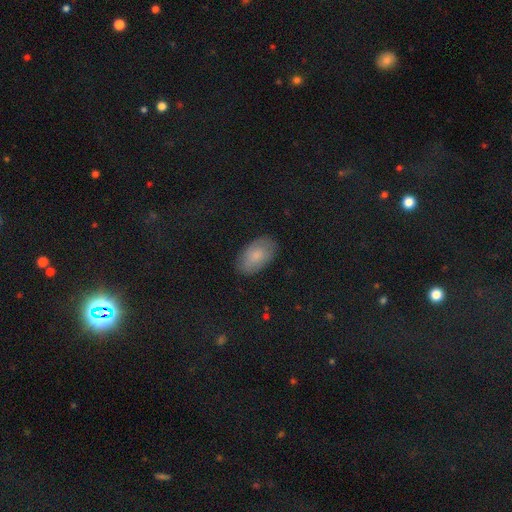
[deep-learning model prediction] Overall: smooth (75%). How rounded: in between (94%). Merging: none (83%).